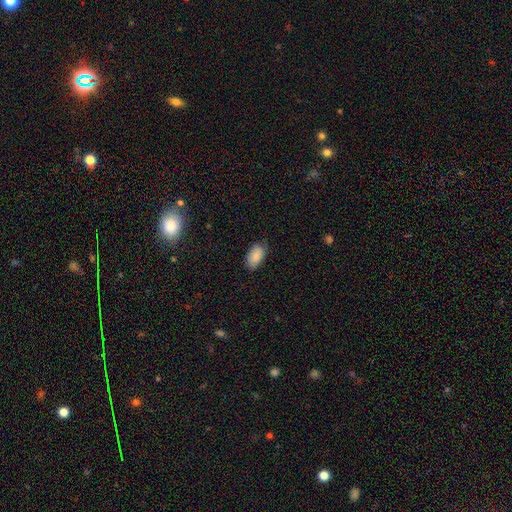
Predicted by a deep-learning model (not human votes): Smooth or featured? smooth (86%)
How rounded? in between (94%)
Merging? none (77%)